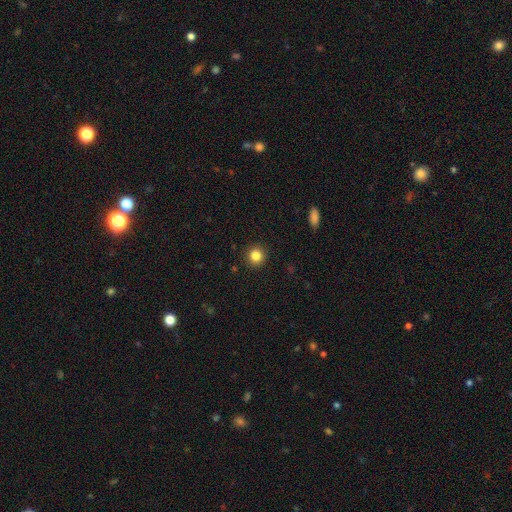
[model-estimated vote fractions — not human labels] smooth-or-featured: smooth: 84% | star or artifact: 11% | featured or disk: 5%
  how-rounded: round: 93% | in between: 6% | cigar-shaped: 1%
  merging: none: 92% | minor disturbance: 5% | major disturbance: 2% | merger: 1%